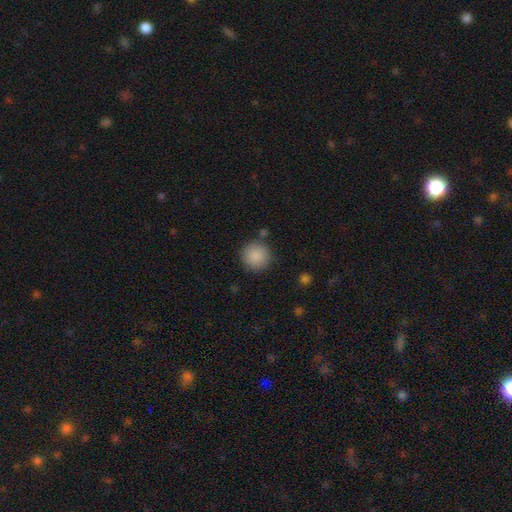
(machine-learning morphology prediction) The model was most divided on "merging": none: 85%, minor disturbance: 9%, merger: 4%, major disturbance: 3%. More confident: how rounded — round (94%); smooth or featured — smooth (89%).